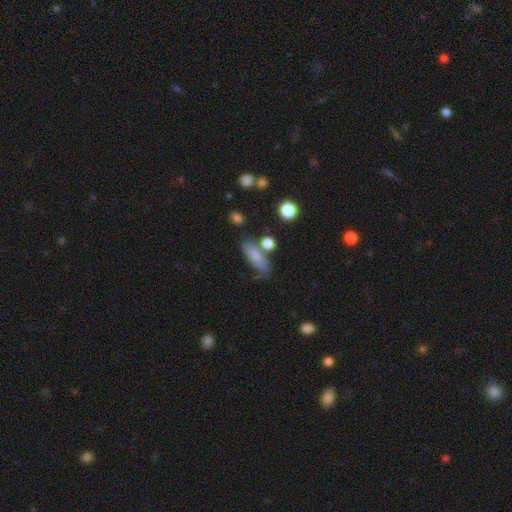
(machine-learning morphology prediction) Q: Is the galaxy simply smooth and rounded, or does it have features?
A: smooth — 76%.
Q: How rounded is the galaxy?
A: in between — 61%.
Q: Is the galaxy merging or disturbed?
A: none — 58%.